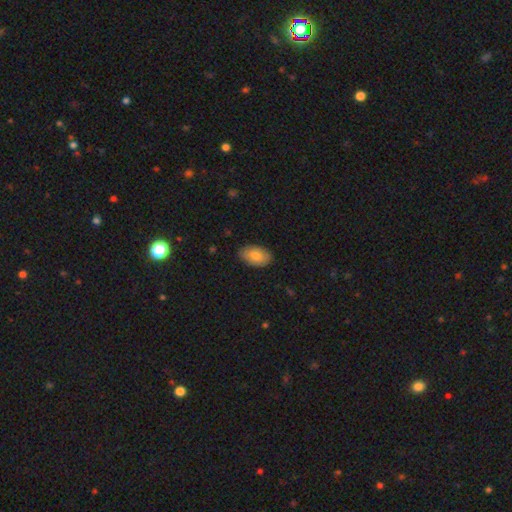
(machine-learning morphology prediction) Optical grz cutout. It shows a smooth galaxy with no disk features (78%) that is in between round and cigar-shaped (92%). Merging: none (84%).